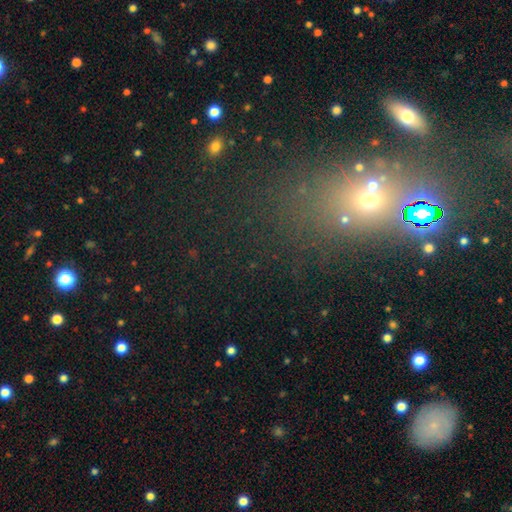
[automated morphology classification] smooth-or-featured: star or artifact: 53% | smooth: 32% | featured or disk: 15%